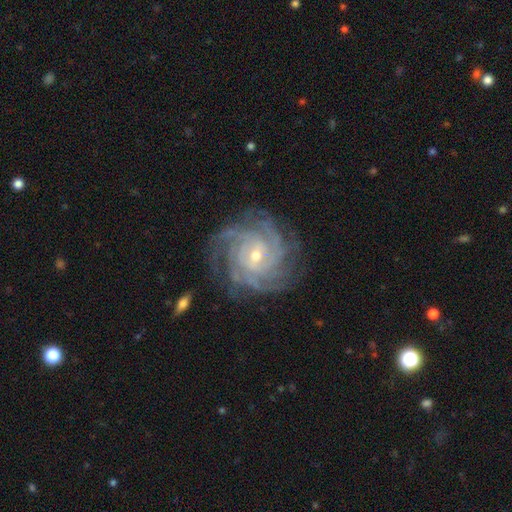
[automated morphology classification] featured or disk 91%, star or artifact 5%, smooth 4%. Down the decision tree: edge-on disk — no (98%); bar — no (50%); spiral arms — yes (98%); spiral arm count — 4 (31%); spiral winding — tight (76%); bulge size — small (59%); merging — none (79%).